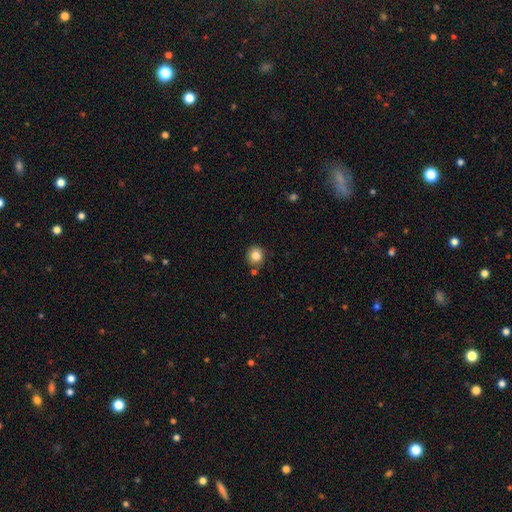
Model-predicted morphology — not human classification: A smooth galaxy with no disk features (82%) that is round (88%). Merging: none (81%).